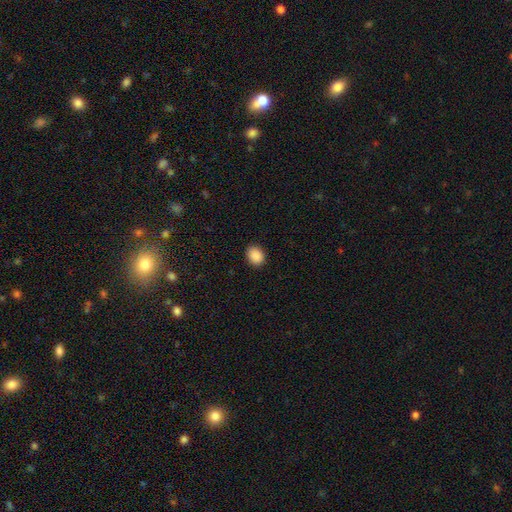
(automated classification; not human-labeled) This is clearly a smooth galaxy (89%). How rounded: possibly in between (57%). Merging: clearly none (89%).